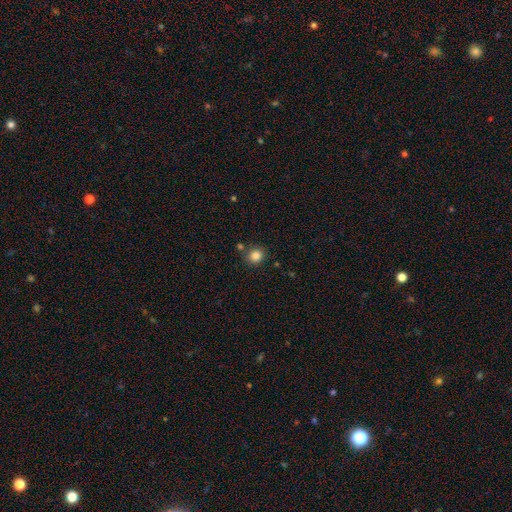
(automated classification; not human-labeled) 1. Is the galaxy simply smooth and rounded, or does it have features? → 84% smooth, 11% star or artifact, 5% featured or disk.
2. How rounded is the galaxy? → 88% round, 11% in between, 1% cigar-shaped.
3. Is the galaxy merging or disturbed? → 83% none, 8% minor disturbance, 7% merger, 2% major disturbance.